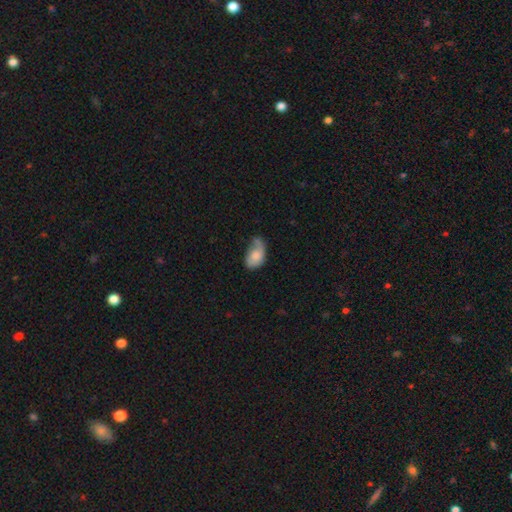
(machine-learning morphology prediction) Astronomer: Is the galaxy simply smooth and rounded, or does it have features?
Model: smooth — 63%.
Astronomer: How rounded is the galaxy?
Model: in between — 89%.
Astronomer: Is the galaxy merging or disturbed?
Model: minor disturbance — 36% (runner-up: none, 33%).